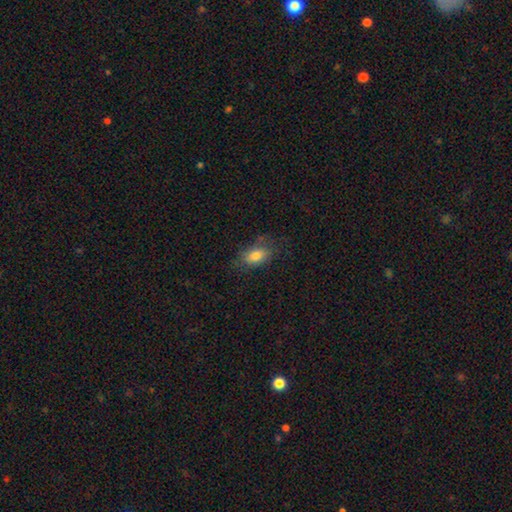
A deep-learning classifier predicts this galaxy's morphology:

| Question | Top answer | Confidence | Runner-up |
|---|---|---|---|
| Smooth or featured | smooth | 79% | featured or disk (12%) |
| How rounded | in between | 87% | round (8%) |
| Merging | none | 68% | minor disturbance (22%) |